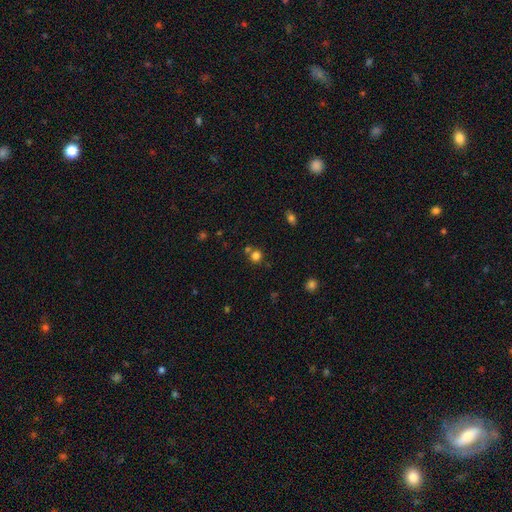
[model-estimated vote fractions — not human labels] Smooth or featured? smooth (78%)
How rounded? round (88%)
Merging? none (65%)